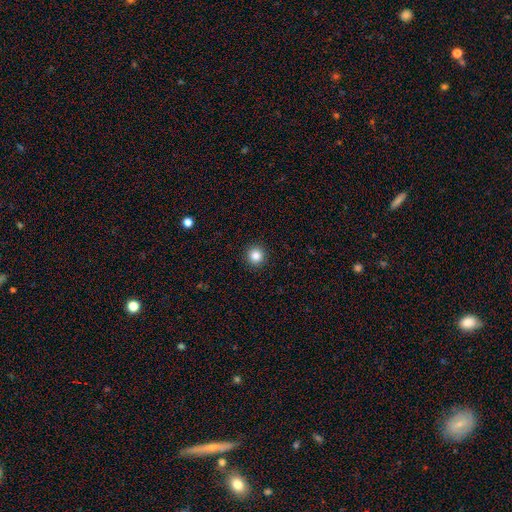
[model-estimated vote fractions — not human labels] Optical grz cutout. It shows a smooth galaxy with no disk features (85%) that is round (94%). Merging: none (93%).